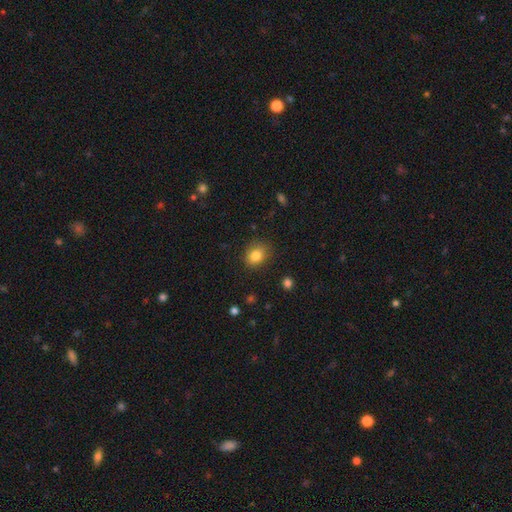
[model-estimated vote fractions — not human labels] The model was most divided on "how rounded": round: 55%, in between: 44%, cigar-shaped: 1%. More confident: smooth or featured — smooth (83%); merging — none (81%).